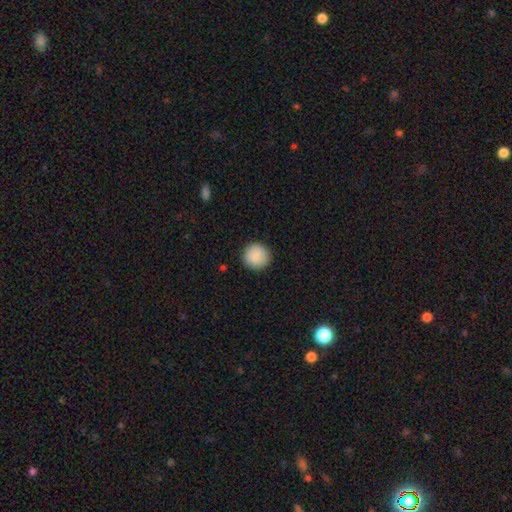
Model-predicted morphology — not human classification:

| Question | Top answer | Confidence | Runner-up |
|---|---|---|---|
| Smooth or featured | smooth | 88% | star or artifact (7%) |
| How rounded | round | 95% | in between (5%) |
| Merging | none | 91% | minor disturbance (6%) |